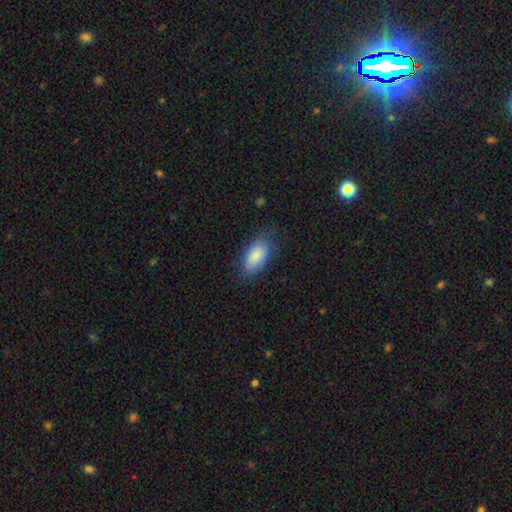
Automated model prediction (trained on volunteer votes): Smooth or featured?
  - smooth: 84% *
  - featured or disk: 10%
  - star or artifact: 6%
How rounded?
  - in between: 93% *
  - cigar-shaped: 4%
  - round: 3%
Merging?
  - none: 71% *
  - minor disturbance: 21%
  - major disturbance: 7%
  - merger: 1%